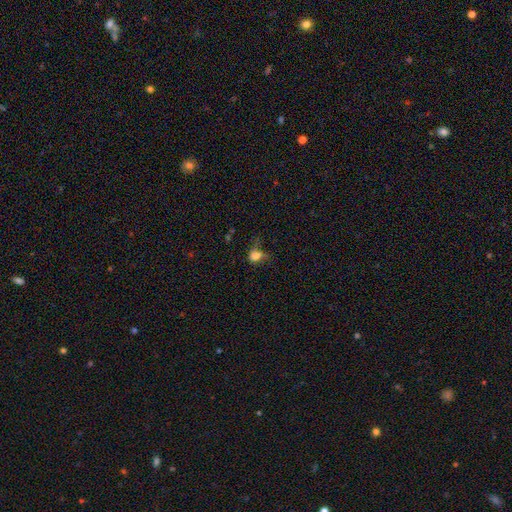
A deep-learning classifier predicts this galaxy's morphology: Smooth or featured: smooth — 73% (star or artifact — 15%)
How rounded: in between — 69% (round — 29%)
Merging: major disturbance — 34% (none — 32%)